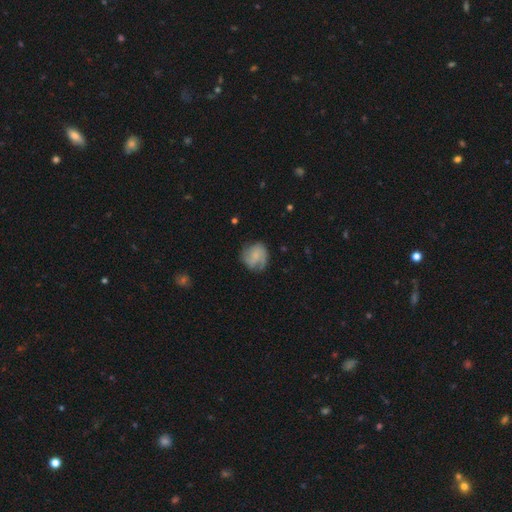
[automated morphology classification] Smooth or featured? smooth (46%)
Merging? none (65%)